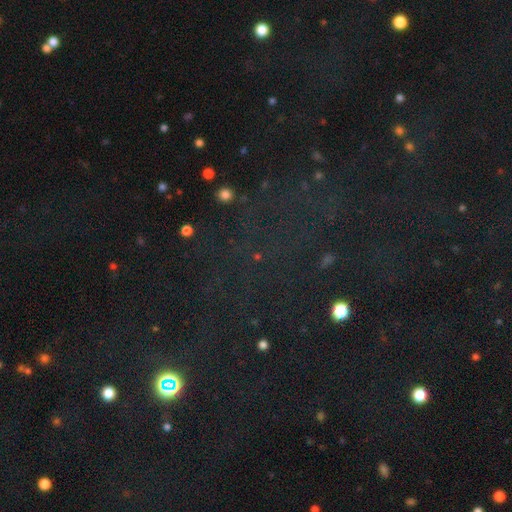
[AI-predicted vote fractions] A star or artifact, not a galaxy (71%).

Vote fractions:
- Smooth or featured? star or artifact: 71% / smooth: 19% / featured or disk: 10%